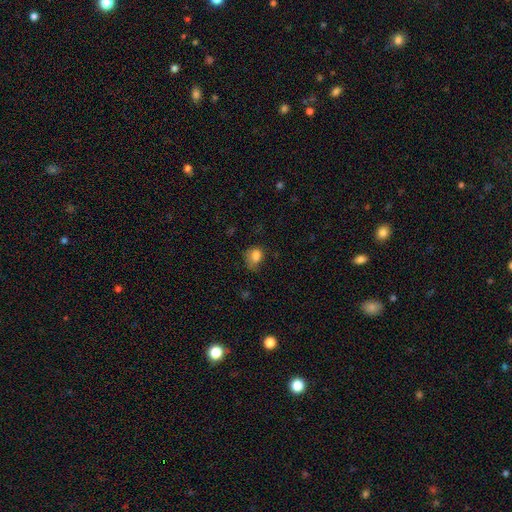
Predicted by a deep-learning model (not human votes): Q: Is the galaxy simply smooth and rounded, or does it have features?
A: smooth — 79%.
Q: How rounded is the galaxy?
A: in between — 58%.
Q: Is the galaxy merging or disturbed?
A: none — 36%.